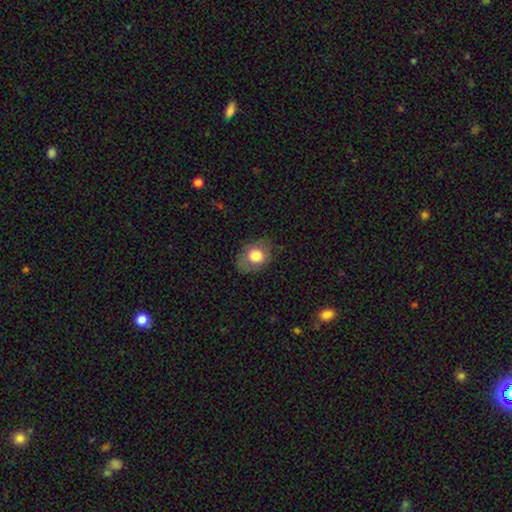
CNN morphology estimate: Overall: smooth (74%). How rounded: in between (56%; round 43%). Merging: none (68%).